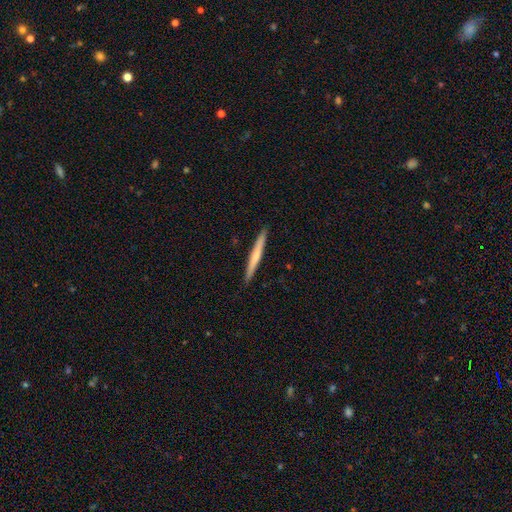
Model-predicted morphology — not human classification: type=smooth (54%); roundness=cigar-shaped (97%); merging=none (92%).